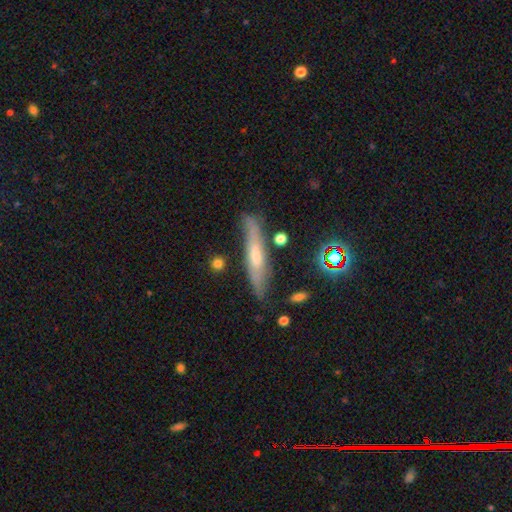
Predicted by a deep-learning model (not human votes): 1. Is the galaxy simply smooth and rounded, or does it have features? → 50% featured or disk, 39% smooth, 11% star or artifact.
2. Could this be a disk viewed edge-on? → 77% yes, 23% no.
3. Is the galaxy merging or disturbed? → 75% none, 18% minor disturbance, 4% major disturbance, 3% merger.